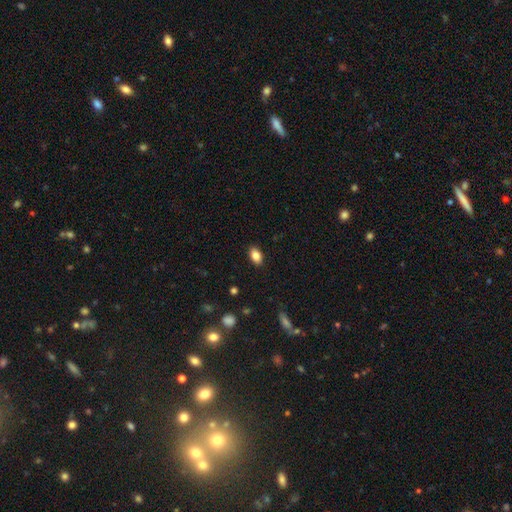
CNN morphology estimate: Smooth or featured? Predicted: smooth (p=0.85). How rounded? Predicted: in between (p=0.89). Merging? Predicted: none (p=0.88).